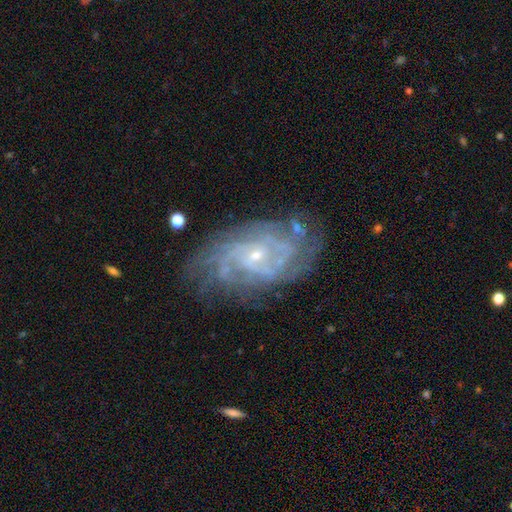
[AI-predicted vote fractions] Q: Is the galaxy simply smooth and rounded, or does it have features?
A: featured or disk — 86%.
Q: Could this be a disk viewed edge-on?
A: no — 96%.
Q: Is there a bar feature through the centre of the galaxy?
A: no — 60%.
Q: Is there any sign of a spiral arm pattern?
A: yes — 94%.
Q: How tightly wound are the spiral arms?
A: tight — 64%.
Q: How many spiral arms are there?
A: can't tell — 38%.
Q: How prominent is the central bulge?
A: small — 79%.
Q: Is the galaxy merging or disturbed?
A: none — 69%.